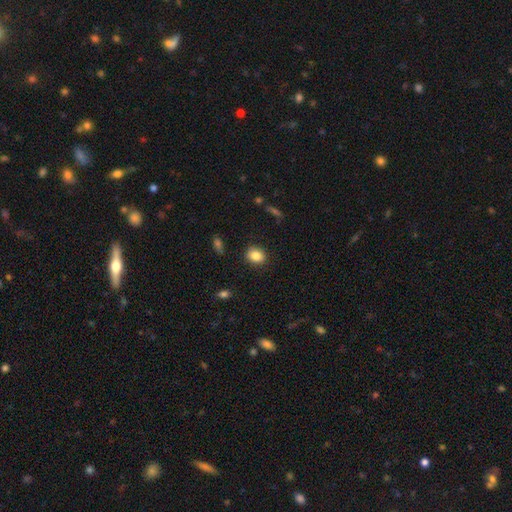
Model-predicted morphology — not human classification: Smooth or featured: smooth — 86% (star or artifact — 9%)
How rounded: in between — 57% (round — 42%)
Merging: none — 87% (minor disturbance — 10%)